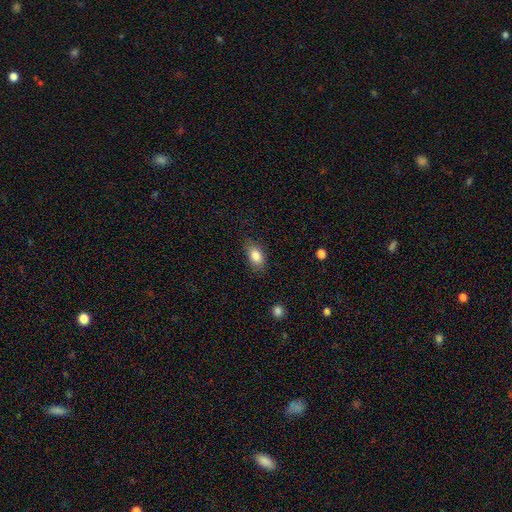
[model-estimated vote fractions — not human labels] Smooth or featured? smooth (84%)
How rounded? in between (87%)
Merging? none (78%)